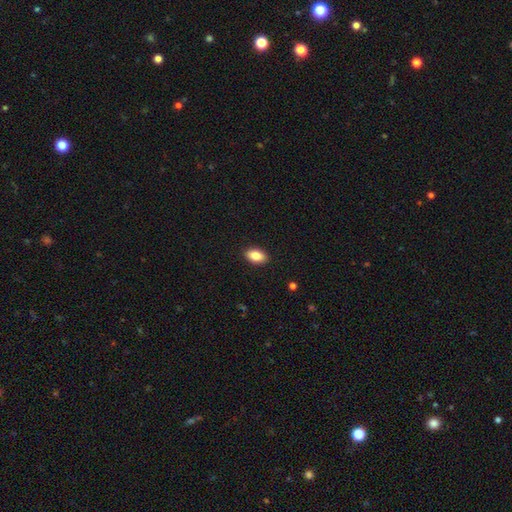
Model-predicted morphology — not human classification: A smooth galaxy with no disk features (83%) that is in between round and cigar-shaped (91%). Merging: none (90%).